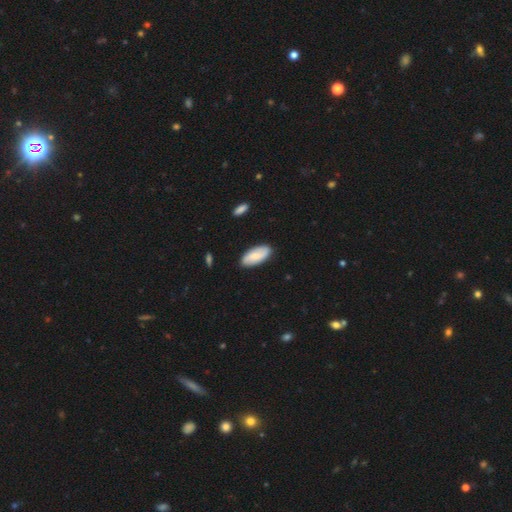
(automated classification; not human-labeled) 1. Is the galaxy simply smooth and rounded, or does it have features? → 61% smooth, 33% featured or disk, 6% star or artifact.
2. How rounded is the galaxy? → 89% in between, 9% cigar-shaped, 2% round.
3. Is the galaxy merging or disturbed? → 87% none, 10% minor disturbance, 2% major disturbance, 1% merger.